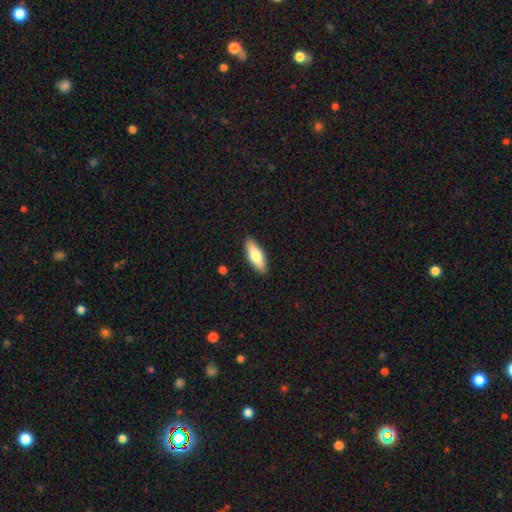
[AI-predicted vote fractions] A smooth galaxy with no disk features (70%) that is in between round and cigar-shaped (63%). Merging: none (90%).